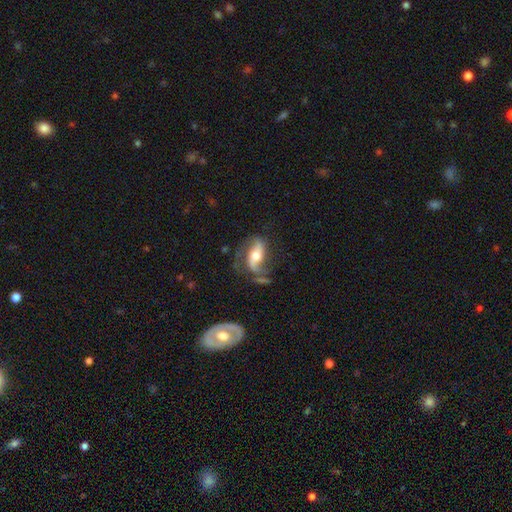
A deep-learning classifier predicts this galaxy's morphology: featured or disk 74%, smooth 19%, star or artifact 7%. Down the decision tree: edge-on disk — no (92%); bar — no (36%); spiral arms — yes (90%); spiral arm count — 2 (84%); spiral winding — loose (58%); bulge size — moderate (62%); merging — none (50%).